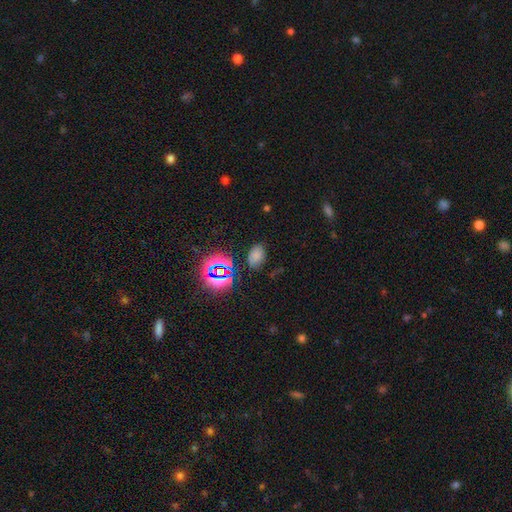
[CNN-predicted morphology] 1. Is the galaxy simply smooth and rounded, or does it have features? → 64% smooth, 28% star or artifact, 8% featured or disk.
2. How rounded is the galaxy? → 85% in between, 14% round, 1% cigar-shaped.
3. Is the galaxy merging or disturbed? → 75% none, 16% minor disturbance, 5% major disturbance, 3% merger.